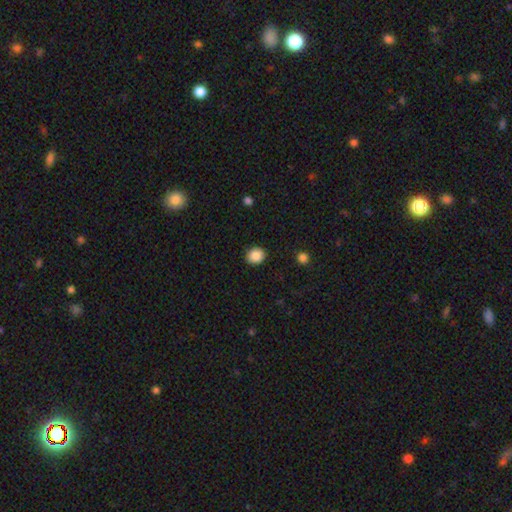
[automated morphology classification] Smooth or featured: smooth — 87% (star or artifact — 9%)
How rounded: round — 70% (in between — 30%)
Merging: none — 90% (minor disturbance — 7%)